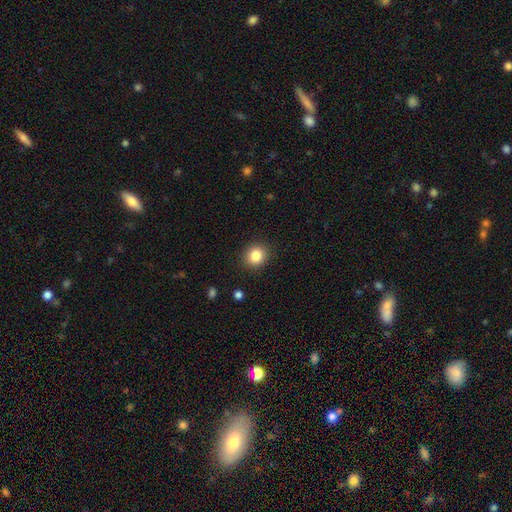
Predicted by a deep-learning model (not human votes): smooth 84%, star or artifact 10%, featured or disk 6%. Down the decision tree: how rounded — round (80%); merging — none (90%).